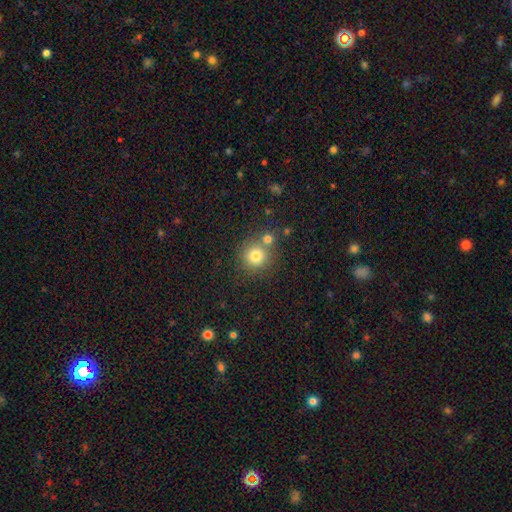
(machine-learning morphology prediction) Smooth or featured? Predicted: smooth (p=0.78). How rounded? Predicted: round (p=0.92). Merging? Predicted: none (p=0.68).